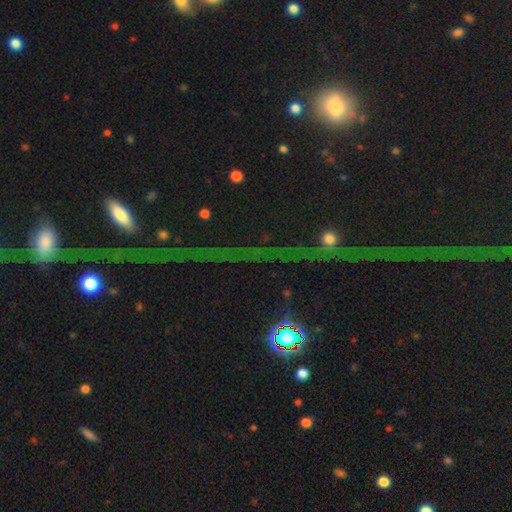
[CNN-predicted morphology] The model was most divided on "smooth or featured": star or artifact: 63%, featured or disk: 21%, smooth: 16%.